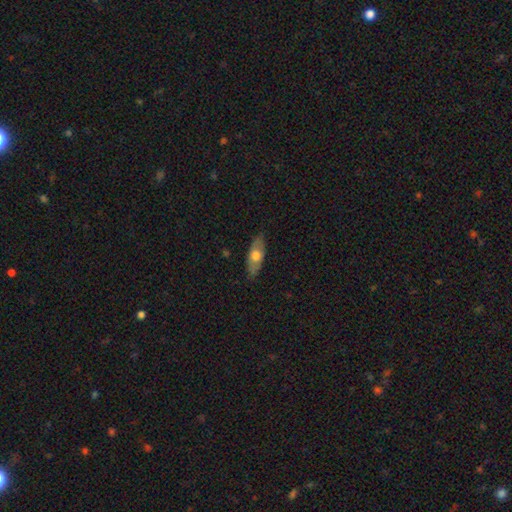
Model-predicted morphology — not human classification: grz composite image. It shows a smooth galaxy with no disk features (60%) that is in between round and cigar-shaped (75%). Merging: none (84%).